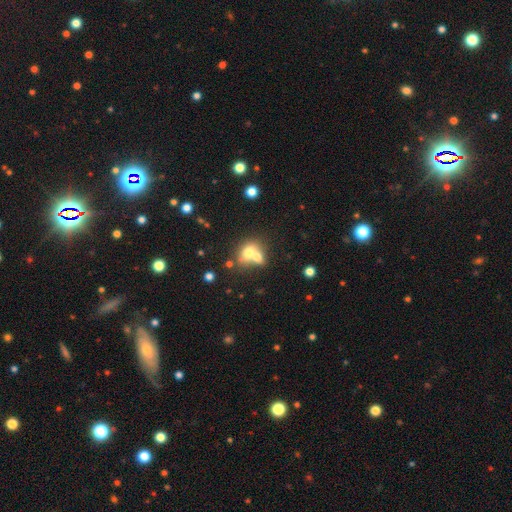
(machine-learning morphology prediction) smooth-or-featured: smooth: 66% | featured or disk: 22% | star or artifact: 12%
  how-rounded: in between: 56% | round: 42% | cigar-shaped: 2%
  merging: merger: 64% | none: 25% | minor disturbance: 7% | major disturbance: 4%